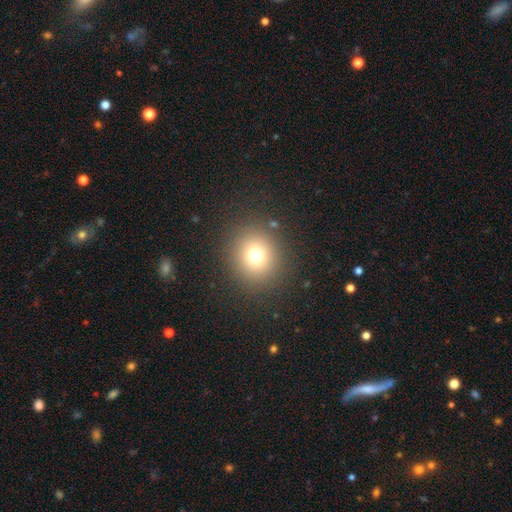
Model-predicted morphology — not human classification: A smooth galaxy with no disk features (72%) that is round (87%).

Vote fractions:
- Smooth or featured? smooth: 72% / star or artifact: 19% / featured or disk: 9%
- How rounded? round: 87% / in between: 12% / cigar-shaped: 1%
- Merging? none: 88% / minor disturbance: 6% / major disturbance: 4% / merger: 1%